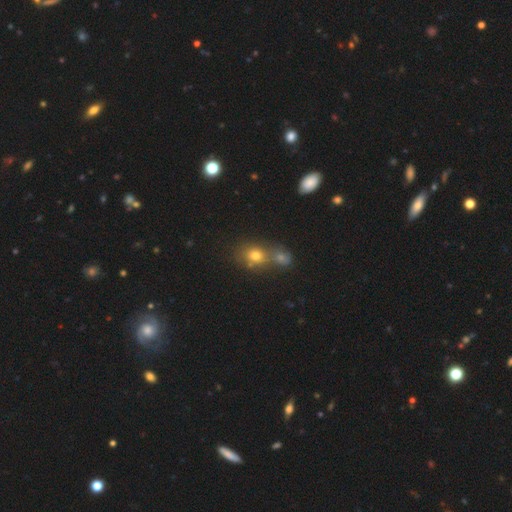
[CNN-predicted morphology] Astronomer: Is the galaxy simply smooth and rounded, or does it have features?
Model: smooth — 71%.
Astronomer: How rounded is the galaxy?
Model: round — 62% (runner-up: in between, 37%).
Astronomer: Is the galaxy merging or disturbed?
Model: merger — 47% (runner-up: none, 41%).